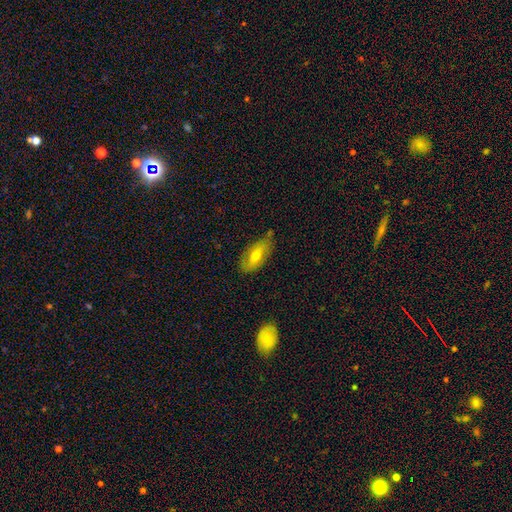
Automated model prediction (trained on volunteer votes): The model was most divided on "smooth or featured": smooth: 62%, featured or disk: 31%, star or artifact: 7%. More confident: how rounded — in between (85%); merging — none (68%).